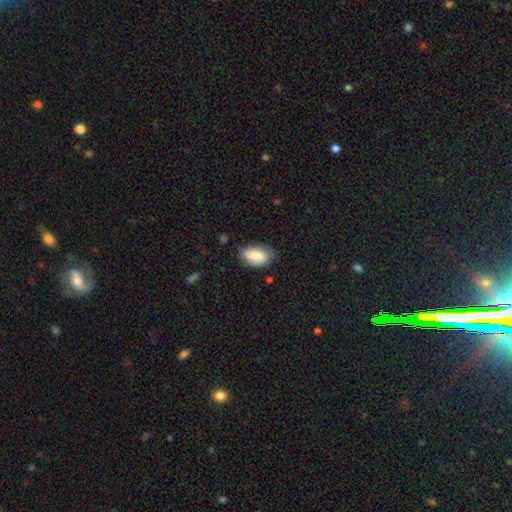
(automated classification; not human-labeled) smooth 73%, featured or disk 19%, star or artifact 7%. Down the decision tree: how rounded — in between (91%); merging — none (63%).